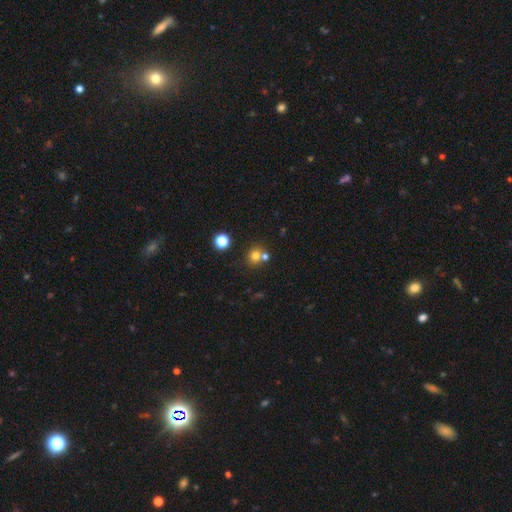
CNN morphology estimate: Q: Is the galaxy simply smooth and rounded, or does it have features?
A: smooth — 72%.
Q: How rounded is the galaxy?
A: round — 84%.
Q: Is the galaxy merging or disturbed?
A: none — 59%.